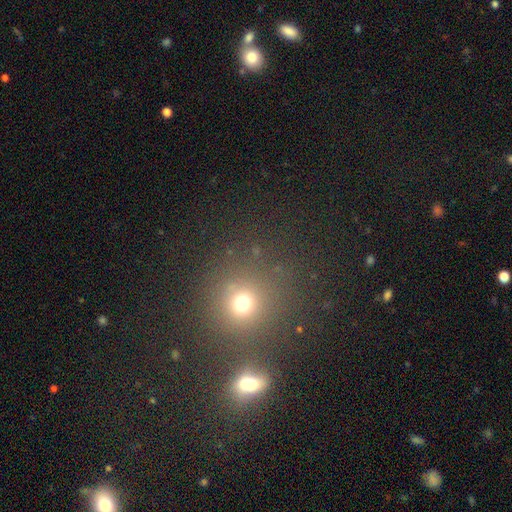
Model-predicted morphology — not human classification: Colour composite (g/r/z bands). It shows a smooth galaxy with no disk features (52%) that is round (90%). Merging: none (71%).